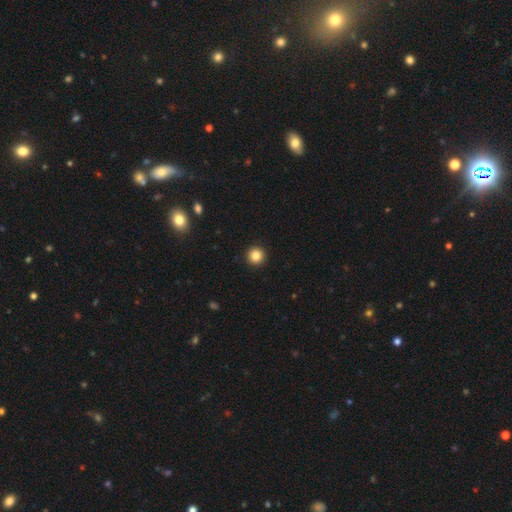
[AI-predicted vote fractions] Overall: smooth (85%). How rounded: round (96%). Merging: none (93%).